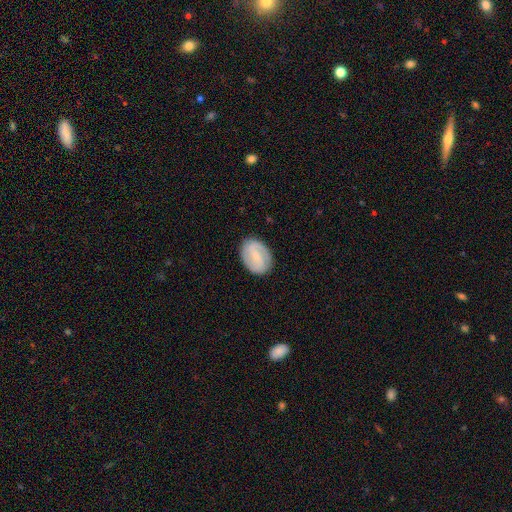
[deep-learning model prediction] Q: Smooth or featured?
A: featured or disk (59%); runner-up: smooth (36%)
Q: Edge-on disk?
A: no (97%); runner-up: yes (3%)
Q: Bar?
A: weak (51%); runner-up: strong (25%)
Q: Spiral arms?
A: yes (86%); runner-up: no (14%)
Q: Bulge size?
A: small (58%); runner-up: moderate (24%)
Q: Merging?
A: none (86%); runner-up: minor disturbance (10%)